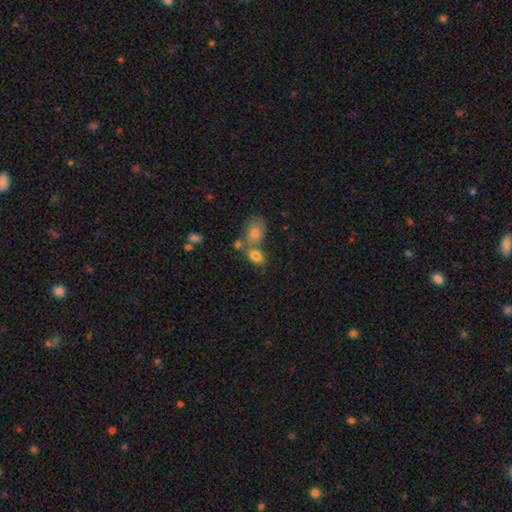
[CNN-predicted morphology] Smooth or featured? smooth (79%)
How rounded? in between (82%)
Merging? none (43%)